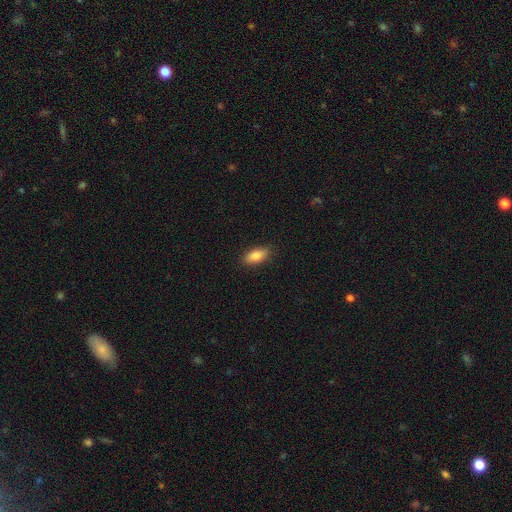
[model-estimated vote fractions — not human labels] A smooth galaxy with no disk features (85%) that is in between round and cigar-shaped (86%). Merging: none (88%).